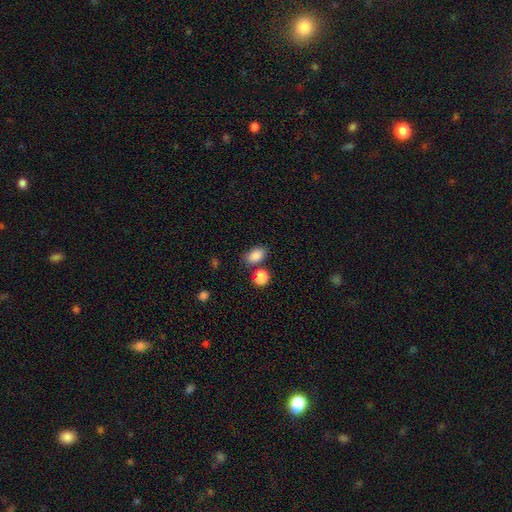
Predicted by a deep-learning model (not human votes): A smooth galaxy with no disk features (86%) that is in between round and cigar-shaped (82%).

Vote fractions:
- Smooth or featured? smooth: 86% / star or artifact: 9% / featured or disk: 4%
- How rounded? in between: 82% / round: 16% / cigar-shaped: 1%
- Merging? none: 72% / minor disturbance: 12% / merger: 12% / major disturbance: 4%